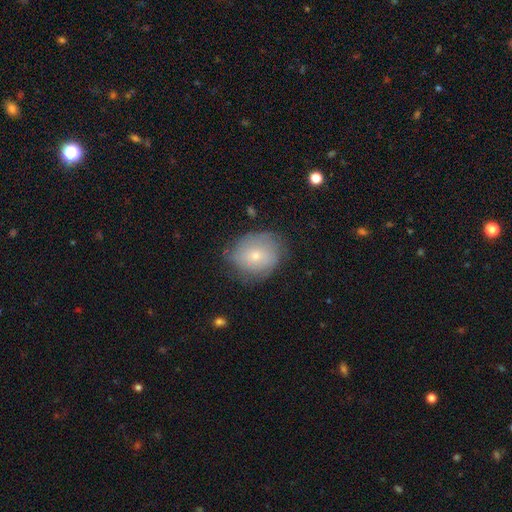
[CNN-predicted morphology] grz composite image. It shows a smooth galaxy with no disk features (57%) that is round (62%). Merging: none (68%).